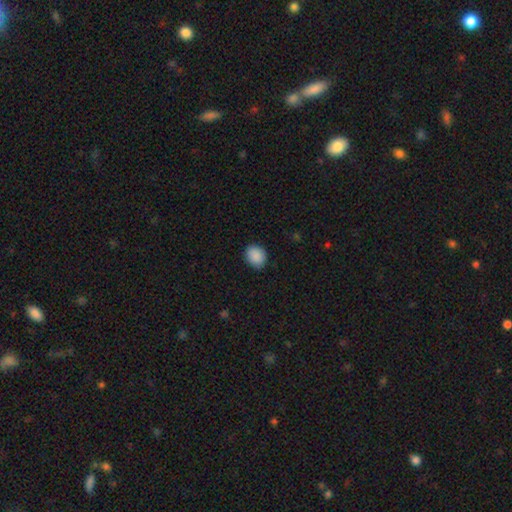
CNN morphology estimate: Smooth or featured? Predicted: smooth (p=0.90). How rounded? Predicted: round (p=0.54). Merging? Predicted: none (p=0.87).